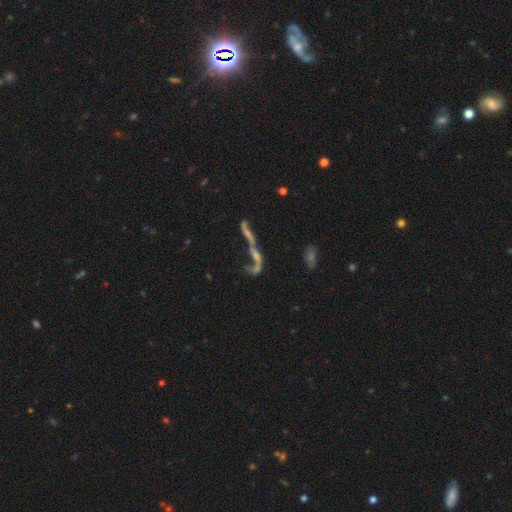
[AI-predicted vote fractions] Smooth or featured: featured or disk — 59% (star or artifact — 21%)
Edge-on disk: no — 63% (yes — 37%)
Merging: merger — 41% (none — 25%)